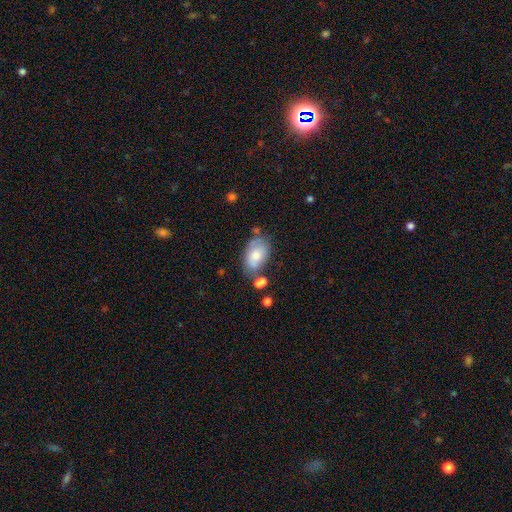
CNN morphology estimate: Smooth or featured?
  - smooth: 64% *
  - featured or disk: 29%
  - star or artifact: 7%
How rounded?
  - in between: 90% *
  - round: 8%
  - cigar-shaped: 1%
Merging?
  - none: 49% *
  - minor disturbance: 27%
  - merger: 15%
  - major disturbance: 10%